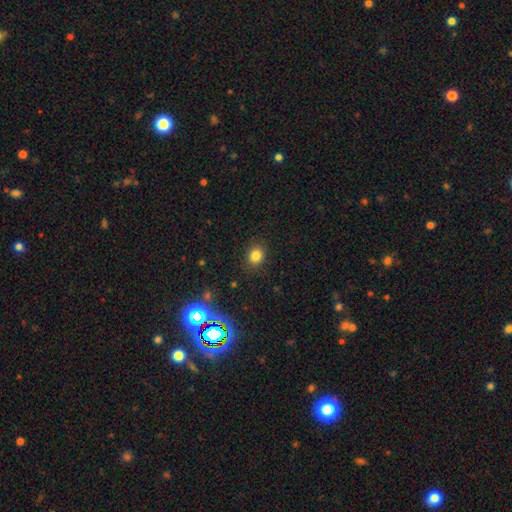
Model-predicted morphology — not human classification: type=smooth (82%); roundness=round (63%); merging=none (88%).